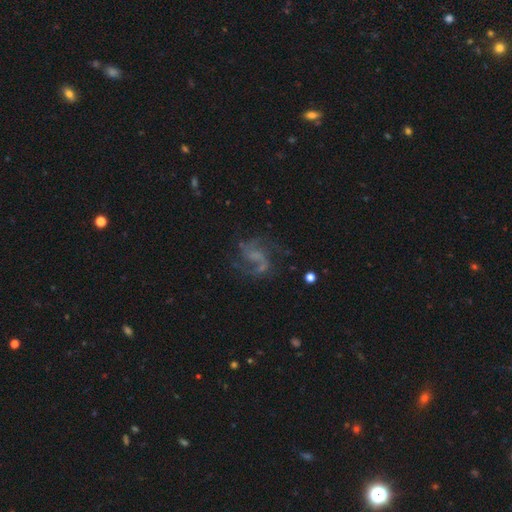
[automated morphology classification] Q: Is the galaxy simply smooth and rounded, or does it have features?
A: featured or disk — 80%.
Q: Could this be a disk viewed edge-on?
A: no — 98%.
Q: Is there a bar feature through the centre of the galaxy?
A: weak — 43%.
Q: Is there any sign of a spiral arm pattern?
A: yes — 93%.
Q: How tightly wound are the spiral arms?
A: loose — 46%.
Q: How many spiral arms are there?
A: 2 — 77%.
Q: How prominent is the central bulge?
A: none — 54%.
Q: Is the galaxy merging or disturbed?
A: none — 61%.